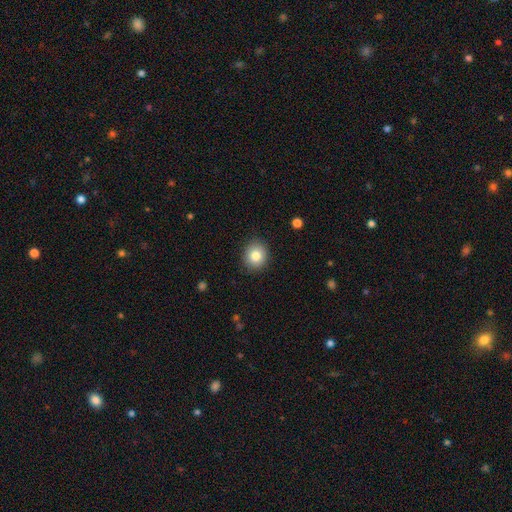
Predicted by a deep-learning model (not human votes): Smooth or featured? smooth (83%)
How rounded? round (78%)
Merging? none (89%)